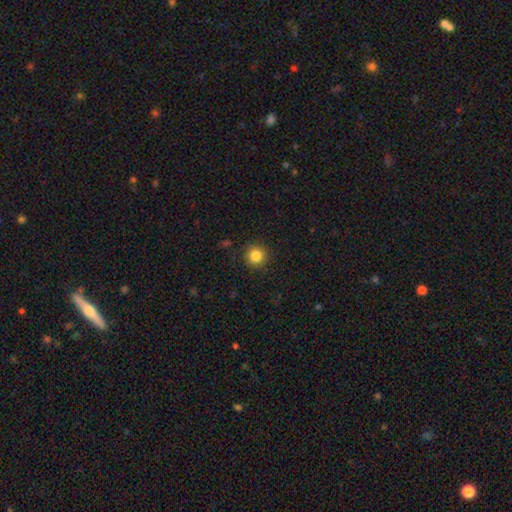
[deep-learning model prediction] Smooth or featured?
  - smooth: 84% *
  - star or artifact: 11%
  - featured or disk: 5%
How rounded?
  - round: 94% *
  - in between: 5%
  - cigar-shaped: 1%
Merging?
  - none: 90% *
  - minor disturbance: 6%
  - major disturbance: 2%
  - merger: 1%